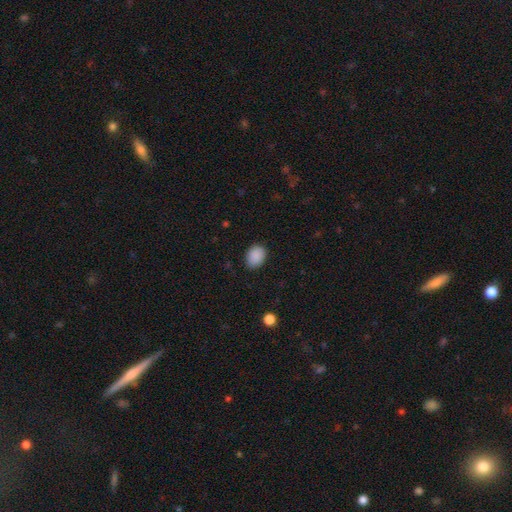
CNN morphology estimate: type=smooth (89%); roundness=in between (61%); merging=none (85%).